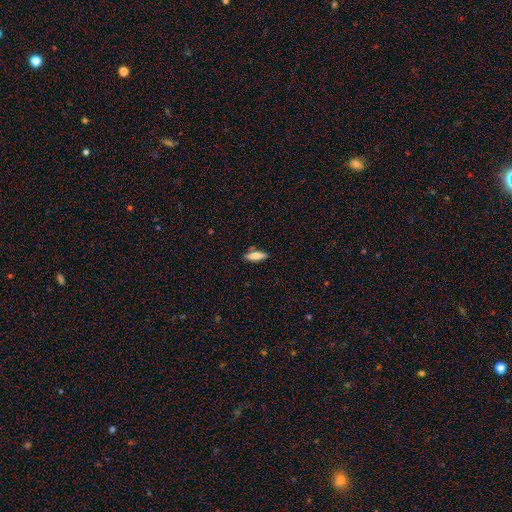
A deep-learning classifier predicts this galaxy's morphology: Q: Smooth or featured?
A: smooth (72%); runner-up: featured or disk (21%)
Q: How rounded?
A: in between (50%); runner-up: cigar-shaped (48%)
Q: Merging?
A: none (82%); runner-up: minor disturbance (12%)